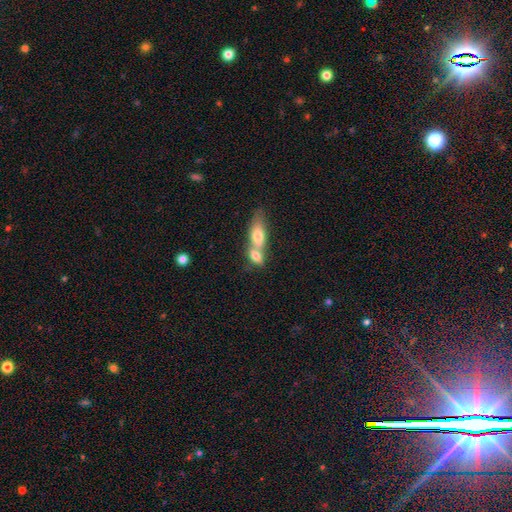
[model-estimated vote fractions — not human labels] A smooth galaxy with no disk features (72%) that is in between round and cigar-shaped (71%). Merging: merger (73%).